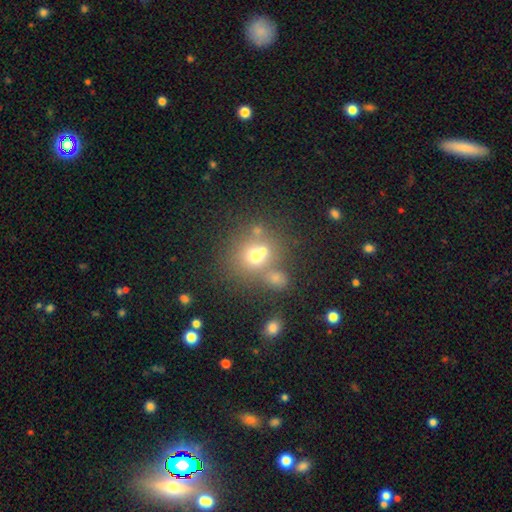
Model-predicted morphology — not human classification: Smooth or featured? Predicted: smooth (p=0.64). How rounded? Predicted: round (p=0.80). Merging? Predicted: none (p=0.46).